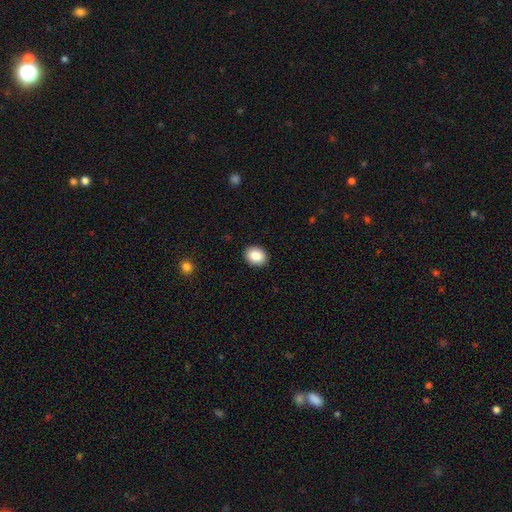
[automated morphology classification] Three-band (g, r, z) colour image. It shows a smooth galaxy with no disk features (87%) that is in between round and cigar-shaped (57%). Merging: none (91%).